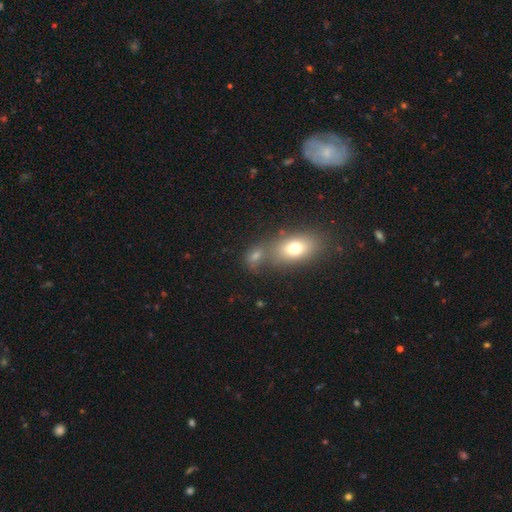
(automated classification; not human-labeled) The model was most divided on "merging": none: 47%, merger: 37%, minor disturbance: 11%, major disturbance: 5%. More confident: how rounded — in between (67%); smooth or featured — smooth (65%).